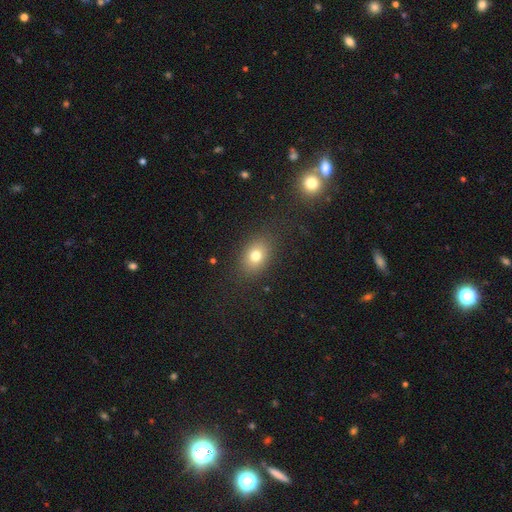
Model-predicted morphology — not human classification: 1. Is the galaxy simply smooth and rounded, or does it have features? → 75% smooth, 13% star or artifact, 12% featured or disk.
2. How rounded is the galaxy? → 68% in between, 31% round, 1% cigar-shaped.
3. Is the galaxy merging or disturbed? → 83% none, 11% minor disturbance, 5% major disturbance, 2% merger.